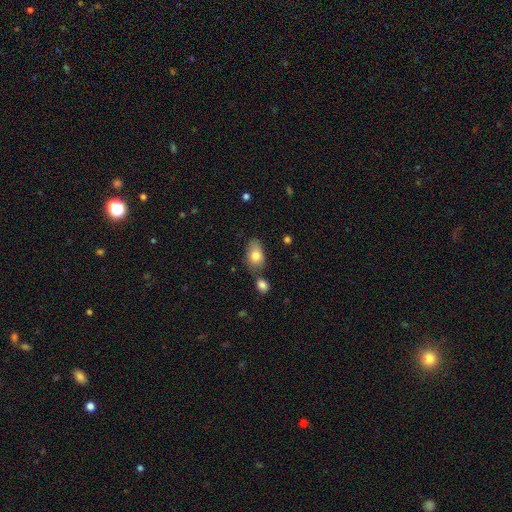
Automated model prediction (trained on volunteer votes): smooth-or-featured: smooth: 80% | featured or disk: 13% | star or artifact: 8%
  how-rounded: in between: 85% | round: 13% | cigar-shaped: 2%
  merging: none: 61% | minor disturbance: 21% | merger: 13% | major disturbance: 5%